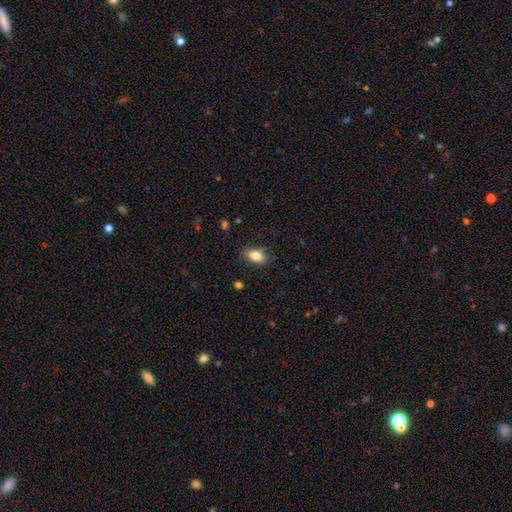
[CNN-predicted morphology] smooth_or_featured: smooth (p=0.83) [alt: star or artifact p=0.08]
how_rounded: in between (p=0.87) [alt: round p=0.09]
merging: none (p=0.82) [alt: minor disturbance p=0.14]